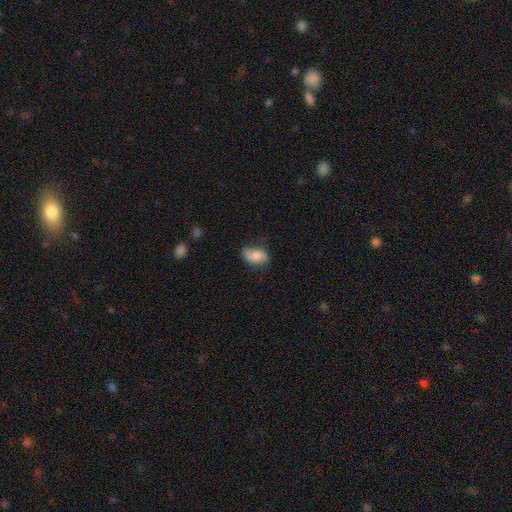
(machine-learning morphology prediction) Smooth or featured?
  - smooth: 79% *
  - featured or disk: 14%
  - star or artifact: 7%
How rounded?
  - in between: 90% *
  - round: 8%
  - cigar-shaped: 2%
Merging?
  - none: 63% *
  - minor disturbance: 29%
  - major disturbance: 7%
  - merger: 2%